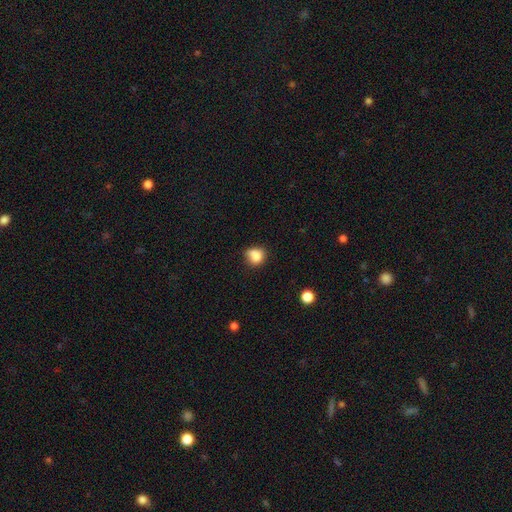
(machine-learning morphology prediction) Smooth or featured: smooth — 82% (star or artifact — 10%)
How rounded: round — 72% (in between — 27%)
Merging: none — 54% (minor disturbance — 31%)